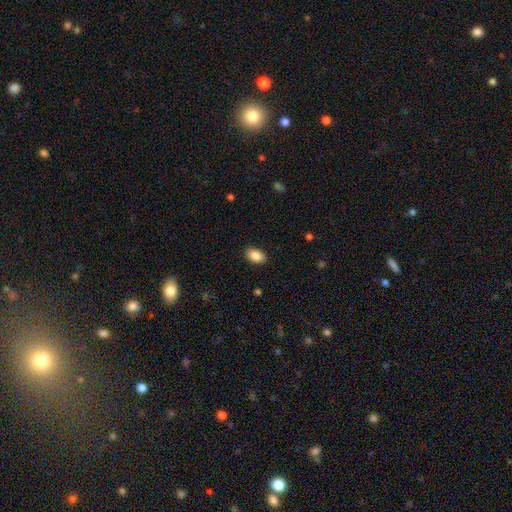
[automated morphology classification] Smooth or featured: smooth — 88% (star or artifact — 8%)
How rounded: in between — 89% (round — 10%)
Merging: none — 89% (minor disturbance — 8%)